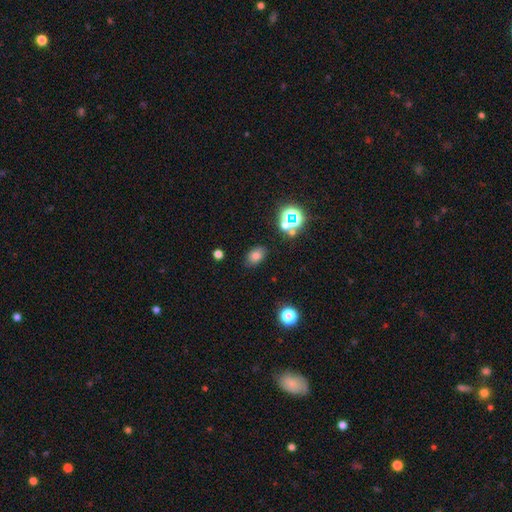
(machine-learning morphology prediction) Smooth or featured? Predicted: smooth (p=0.72). How rounded? Predicted: in between (p=0.80). Merging? Predicted: none (p=0.82).